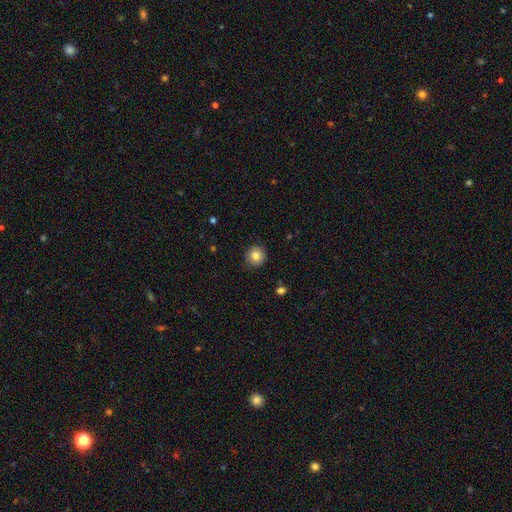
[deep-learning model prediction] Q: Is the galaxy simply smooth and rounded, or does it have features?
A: smooth — 83%.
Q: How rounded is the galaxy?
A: round — 92%.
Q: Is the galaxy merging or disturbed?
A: none — 87%.